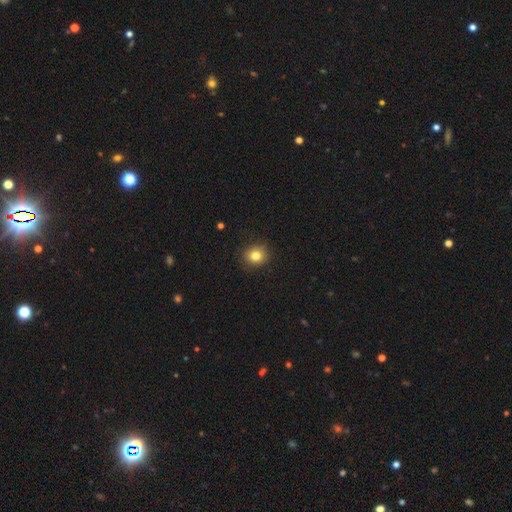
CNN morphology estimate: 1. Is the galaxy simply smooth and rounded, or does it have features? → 81% smooth, 11% star or artifact, 7% featured or disk.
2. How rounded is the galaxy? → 79% round, 21% in between, 1% cigar-shaped.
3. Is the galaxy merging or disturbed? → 88% none, 9% minor disturbance, 2% major disturbance, 1% merger.